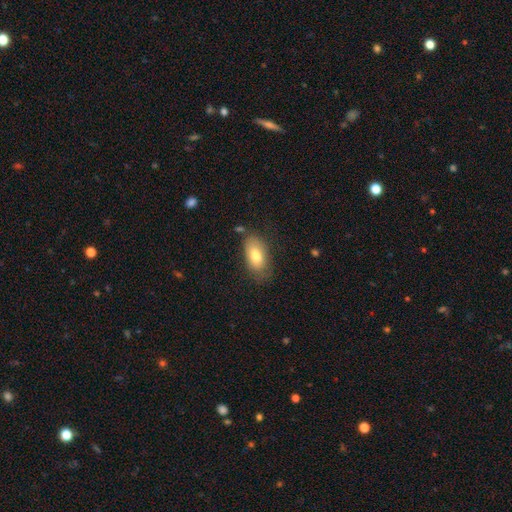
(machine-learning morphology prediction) Smooth or featured?
  - smooth: 76% *
  - featured or disk: 17%
  - star or artifact: 7%
How rounded?
  - in between: 92% *
  - round: 4%
  - cigar-shaped: 4%
Merging?
  - none: 68% *
  - minor disturbance: 22%
  - major disturbance: 6%
  - merger: 4%